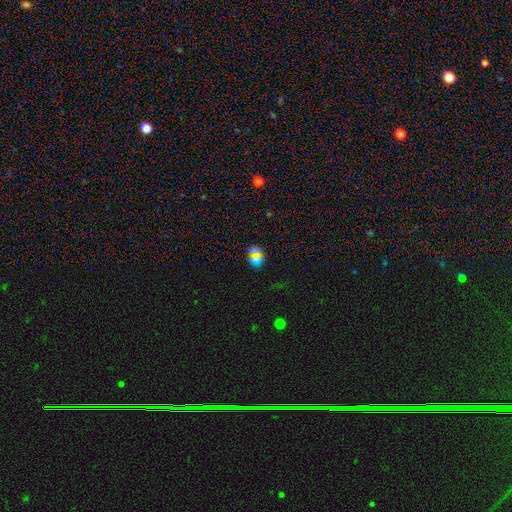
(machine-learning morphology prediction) smooth_or_featured: smooth (p=0.47) [alt: star or artifact p=0.43]
merging: none (p=0.80) [alt: minor disturbance p=0.09]